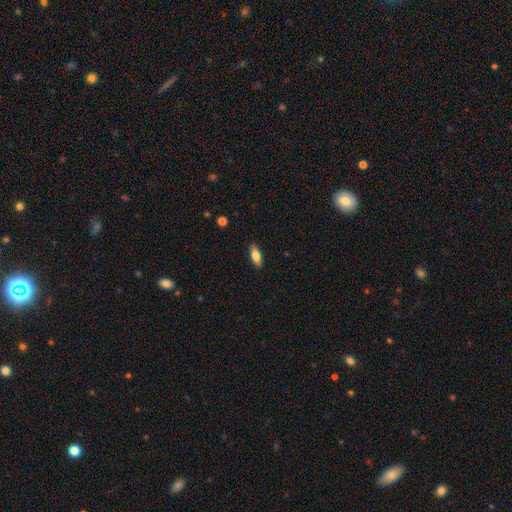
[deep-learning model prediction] smooth-or-featured: smooth: 79% | featured or disk: 14% | star or artifact: 7%
  how-rounded: in between: 74% | cigar-shaped: 24% | round: 2%
  merging: none: 88% | minor disturbance: 9% | major disturbance: 2% | merger: 1%